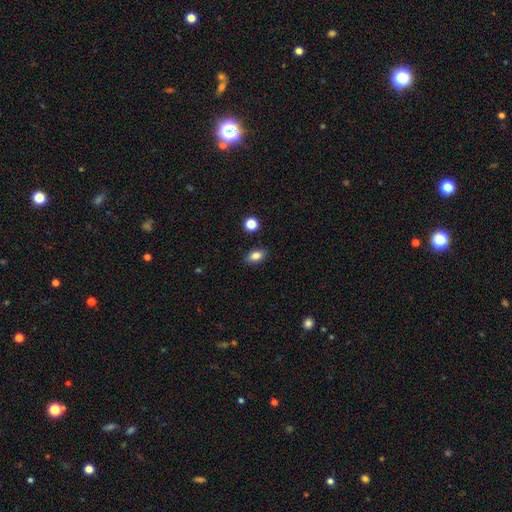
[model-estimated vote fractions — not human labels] smooth_or_featured: smooth (p=0.83) [alt: star or artifact p=0.10]
how_rounded: in between (p=0.84) [alt: round p=0.12]
merging: none (p=0.86) [alt: minor disturbance p=0.09]